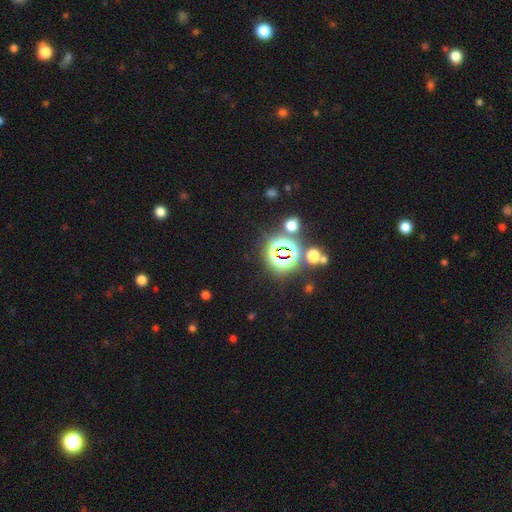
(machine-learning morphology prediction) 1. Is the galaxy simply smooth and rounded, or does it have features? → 81% star or artifact, 12% smooth, 7% featured or disk.